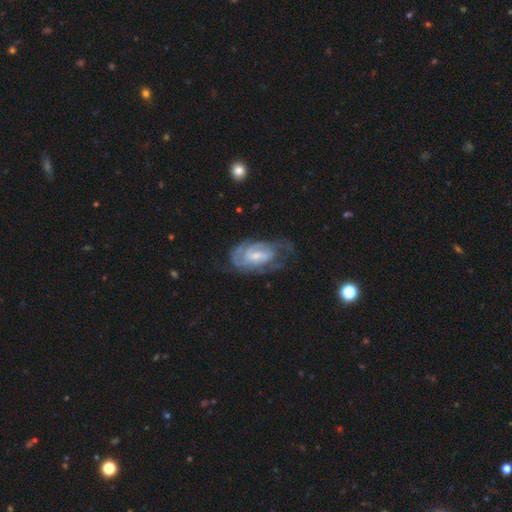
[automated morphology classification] Smooth or featured: featured or disk — 81% (smooth — 13%)
Edge-on disk: no — 96% (yes — 4%)
Bar: weak — 49% (no — 36%)
Spiral arms: yes — 93% (no — 7%)
Spiral winding: tight — 58% (medium — 34%)
Spiral arm count: can't tell — 34% (2 — 33%)
Bulge size: small — 47% (moderate — 35%)
Merging: none — 56% (minor disturbance — 25%)